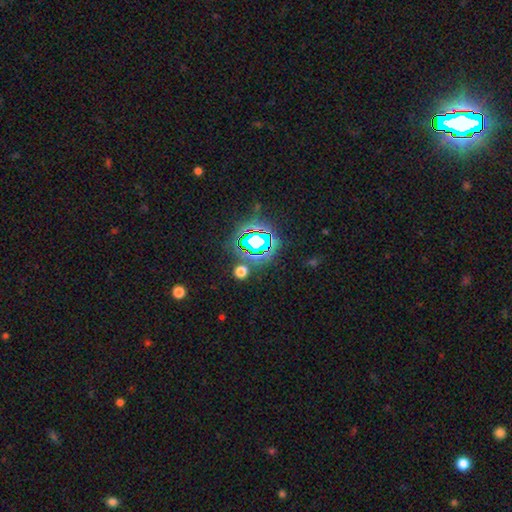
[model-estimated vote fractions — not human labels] The model was most divided on "smooth or featured": star or artifact: 83%, smooth: 11%, featured or disk: 6%.